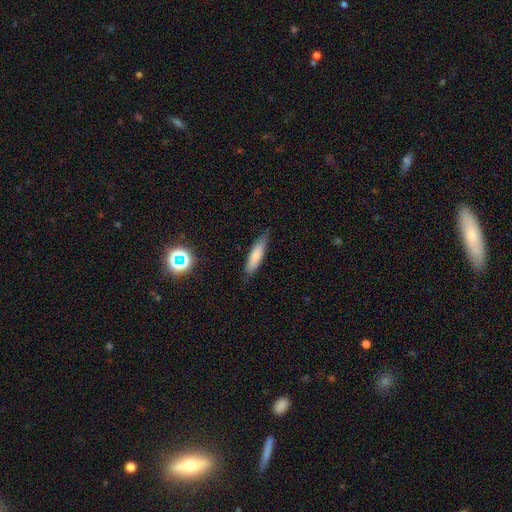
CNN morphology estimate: A smooth galaxy with no disk features (76%) that is cigar-shaped (73%). Merging: none (80%).